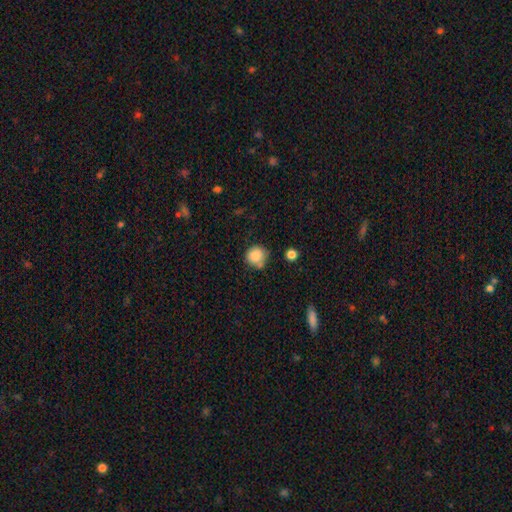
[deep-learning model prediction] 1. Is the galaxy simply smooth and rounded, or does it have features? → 85% smooth, 9% star or artifact, 6% featured or disk.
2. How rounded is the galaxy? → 86% round, 13% in between, 1% cigar-shaped.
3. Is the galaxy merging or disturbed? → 63% none, 22% minor disturbance, 10% merger, 5% major disturbance.